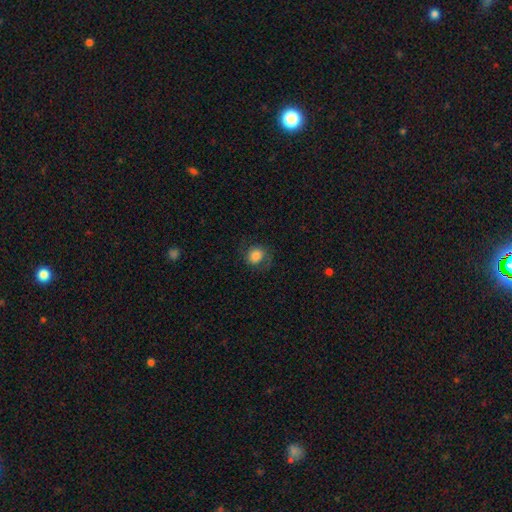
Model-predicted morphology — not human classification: Overall: smooth (65%; featured or disk 26%). How rounded: round (76%). Merging: none (70%).